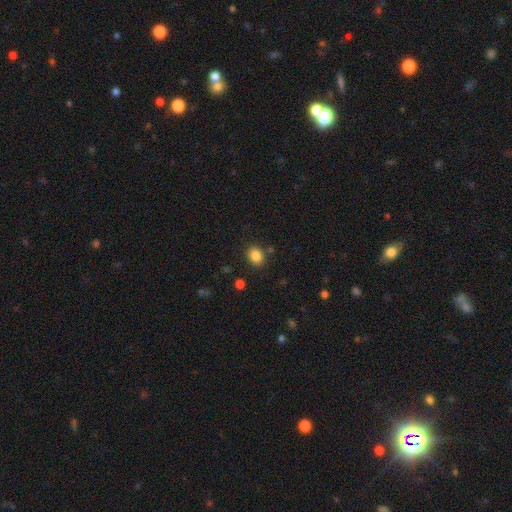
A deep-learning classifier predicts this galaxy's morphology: Smooth or featured: smooth — 85% (star or artifact — 10%)
How rounded: round — 57% (in between — 42%)
Merging: none — 83% (minor disturbance — 10%)